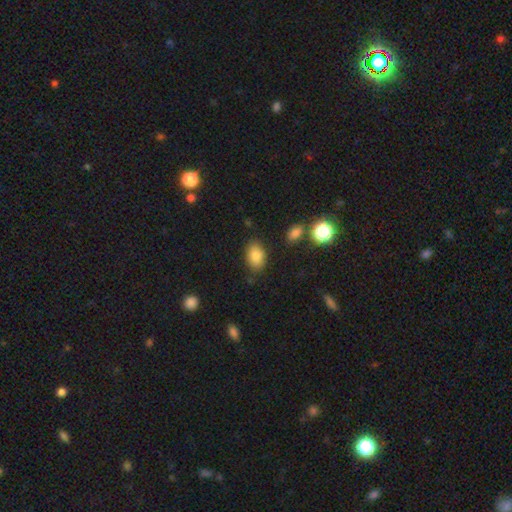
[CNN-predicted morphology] type=smooth (84%); roundness=in between (86%); merging=none (79%).